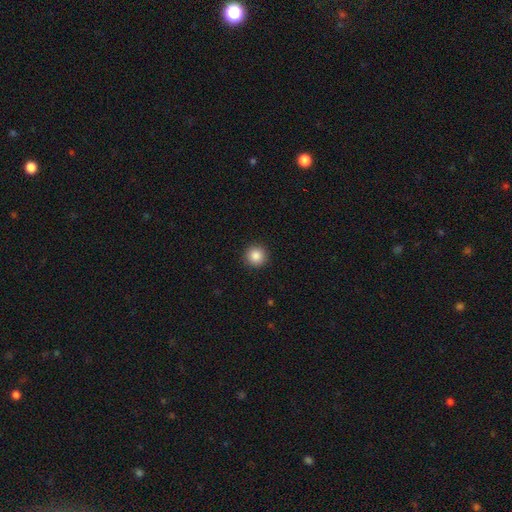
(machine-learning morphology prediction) Smooth or featured?
  - smooth: 87% *
  - star or artifact: 9%
  - featured or disk: 3%
How rounded?
  - round: 96% *
  - in between: 3%
  - cigar-shaped: 1%
Merging?
  - none: 93% *
  - minor disturbance: 5%
  - major disturbance: 2%
  - merger: 1%